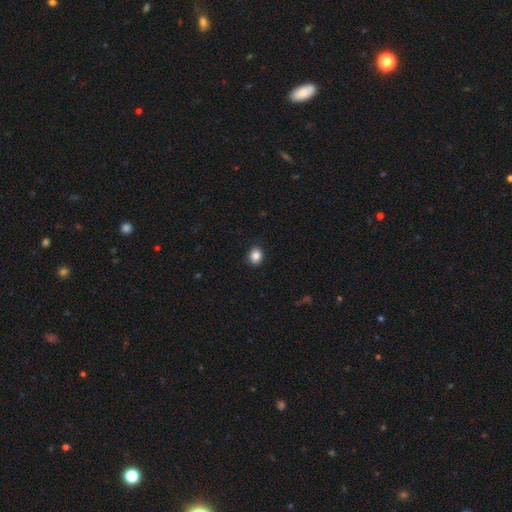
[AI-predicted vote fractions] Q: Smooth or featured?
A: smooth (87%); runner-up: star or artifact (9%)
Q: How rounded?
A: round (60%); runner-up: in between (39%)
Q: Merging?
A: none (88%); runner-up: minor disturbance (9%)